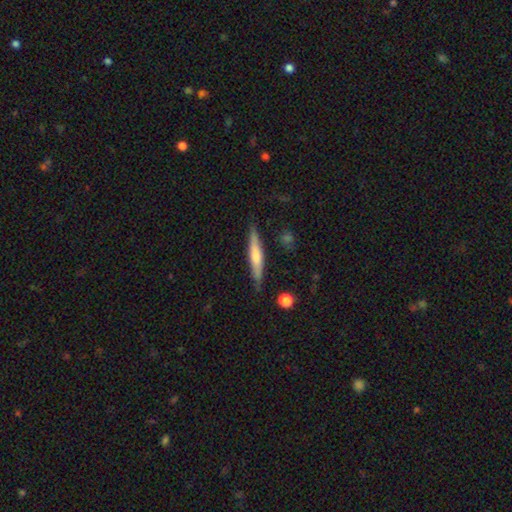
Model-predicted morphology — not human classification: Smooth or featured: featured or disk — 58% (smooth — 36%)
Edge-on disk: yes — 95% (no — 5%)
Edge-on bulge: rounded — 65% (none — 22%)
Merging: none — 86% (minor disturbance — 10%)